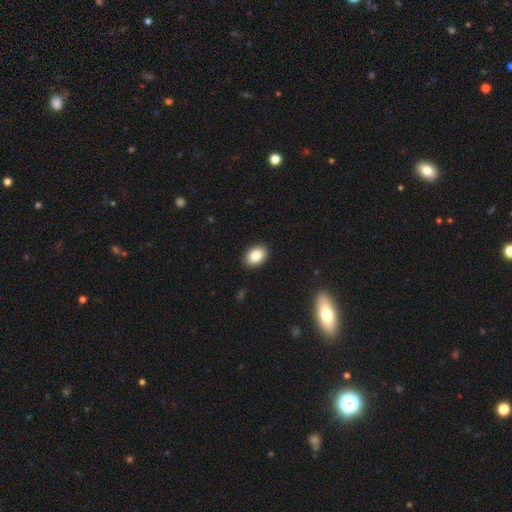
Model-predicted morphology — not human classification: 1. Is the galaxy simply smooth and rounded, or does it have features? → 87% smooth, 7% star or artifact, 6% featured or disk.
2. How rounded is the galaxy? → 84% in between, 15% round, 1% cigar-shaped.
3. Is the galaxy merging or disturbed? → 90% none, 7% minor disturbance, 2% major disturbance, 1% merger.